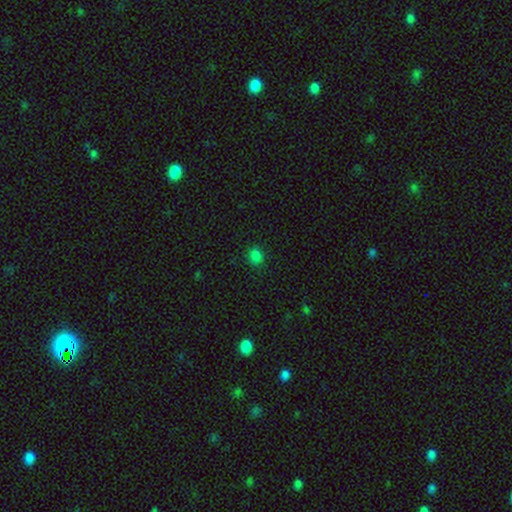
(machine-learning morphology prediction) Smooth or featured: smooth — 81% (star or artifact — 15%)
How rounded: round — 65% (in between — 34%)
Merging: none — 88% (minor disturbance — 9%)